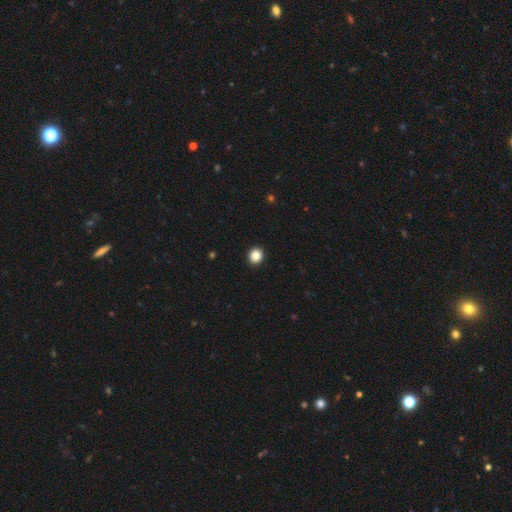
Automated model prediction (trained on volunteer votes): Q: Smooth or featured?
A: smooth (85%); runner-up: star or artifact (10%)
Q: How rounded?
A: round (84%); runner-up: in between (15%)
Q: Merging?
A: none (94%); runner-up: minor disturbance (4%)